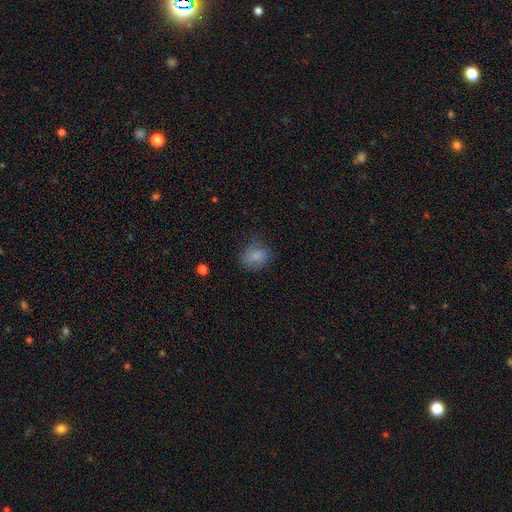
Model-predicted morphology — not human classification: This appears to be a smooth galaxy with no disk features (79%) that is round (50%). Merging: none (65%).